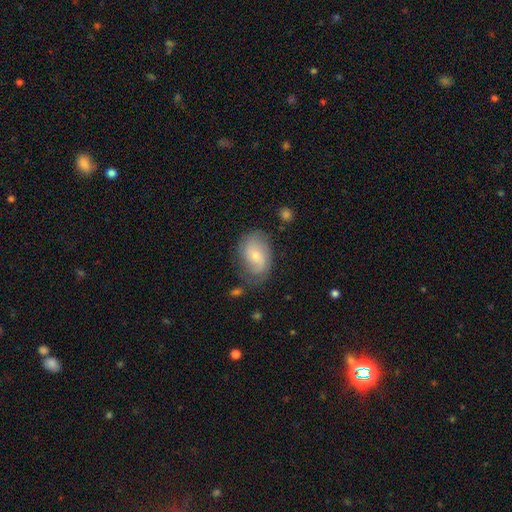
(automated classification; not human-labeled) This appears to be a featured or disk galaxy (48%). Merging: none (66%).